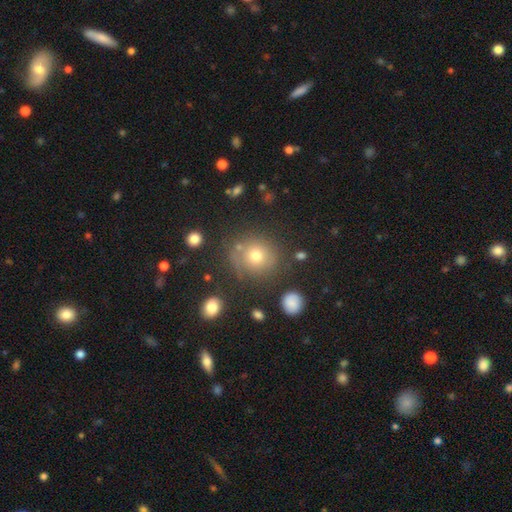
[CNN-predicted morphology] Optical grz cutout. It shows a smooth galaxy with no disk features (65%) that is round (87%). Merging: none (77%).